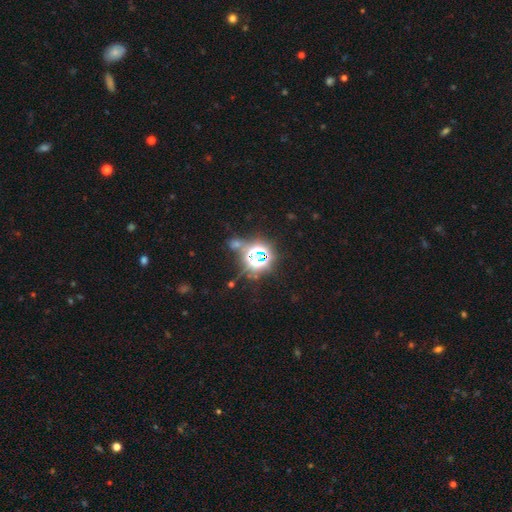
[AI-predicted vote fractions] Smooth or featured? star or artifact (76%)